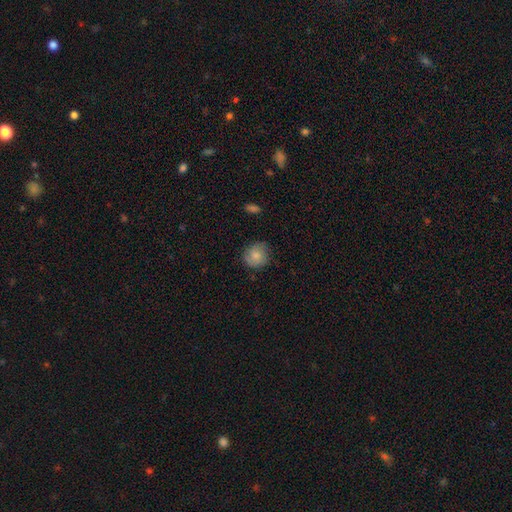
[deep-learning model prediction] Smooth or featured? smooth (76%)
How rounded? round (84%)
Merging? none (77%)